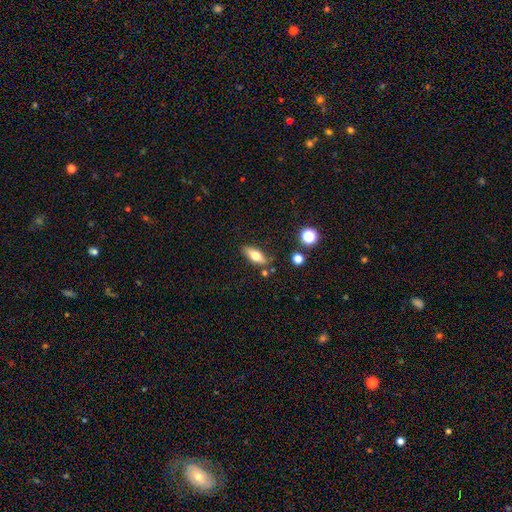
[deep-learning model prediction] The model was most divided on "smooth or featured": smooth: 66%, featured or disk: 26%, star or artifact: 8%. More confident: merging — none (76%); how rounded — in between (74%).